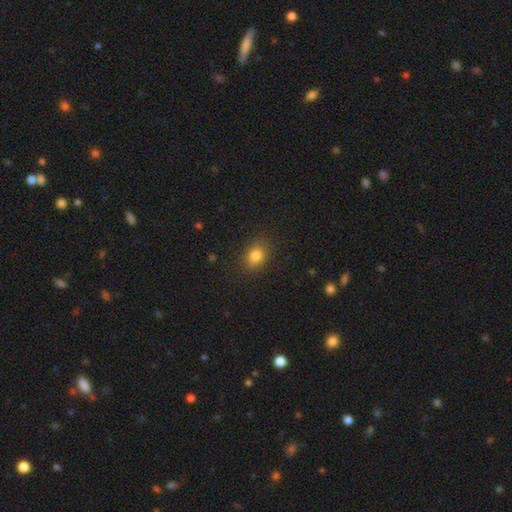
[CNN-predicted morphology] This appears to be a smooth galaxy with no disk features (82%) that is in between round and cigar-shaped (54%). Merging: none (83%).